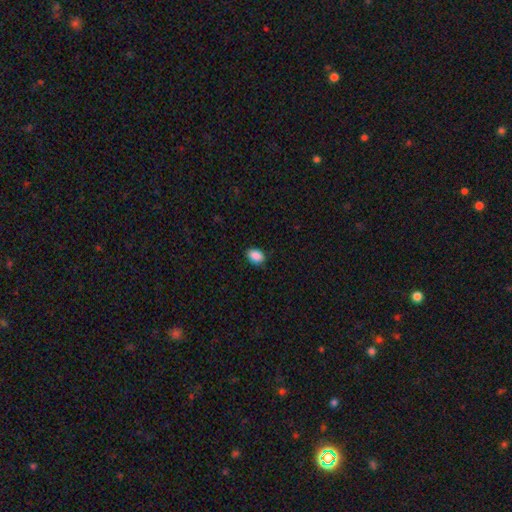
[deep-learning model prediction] Overall: smooth (90%). How rounded: in between (78%). Merging: none (87%).